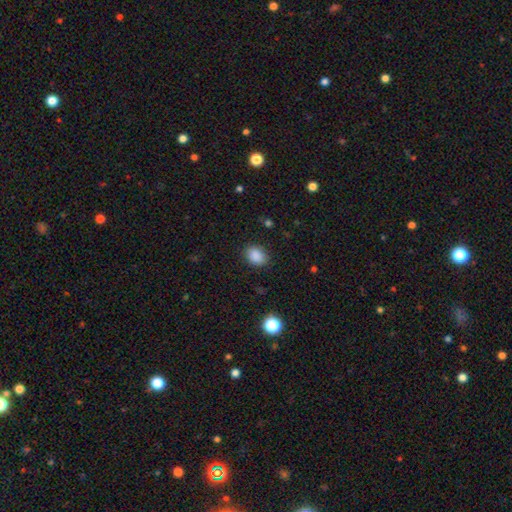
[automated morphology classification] Smooth or featured: smooth — 87% (star or artifact — 10%)
How rounded: in between — 66% (round — 33%)
Merging: none — 86% (minor disturbance — 10%)